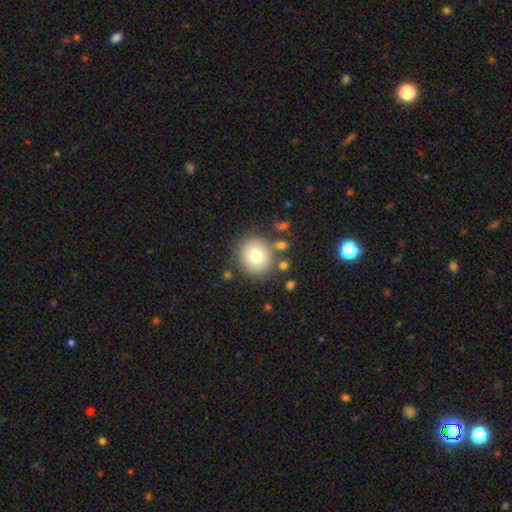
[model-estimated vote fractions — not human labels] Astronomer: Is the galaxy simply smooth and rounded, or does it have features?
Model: smooth — 75%.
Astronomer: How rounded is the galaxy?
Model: round — 87%.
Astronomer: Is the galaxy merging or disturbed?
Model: none — 80%.